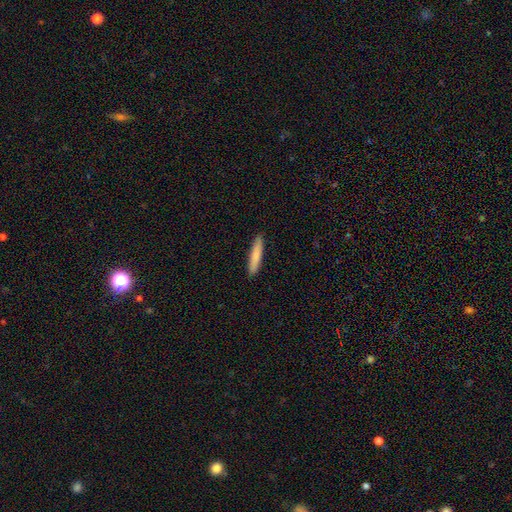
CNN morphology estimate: smooth_or_featured: smooth (p=0.81) [alt: featured or disk p=0.14]
how_rounded: cigar-shaped (p=0.90) [alt: in between p=0.09]
merging: none (p=0.90) [alt: minor disturbance p=0.07]